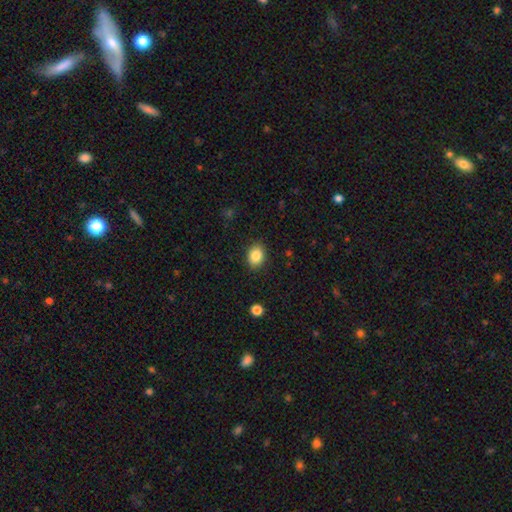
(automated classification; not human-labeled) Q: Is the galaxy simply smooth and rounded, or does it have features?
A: smooth — 85%.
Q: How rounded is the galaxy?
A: in between — 64%.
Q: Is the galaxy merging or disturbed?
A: none — 88%.